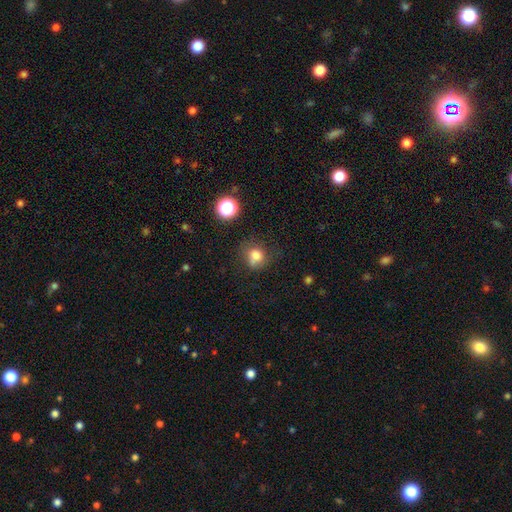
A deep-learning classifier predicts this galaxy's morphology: Q: Smooth or featured?
A: smooth (77%); runner-up: star or artifact (14%)
Q: How rounded?
A: round (75%); runner-up: in between (24%)
Q: Merging?
A: none (56%); runner-up: minor disturbance (23%)